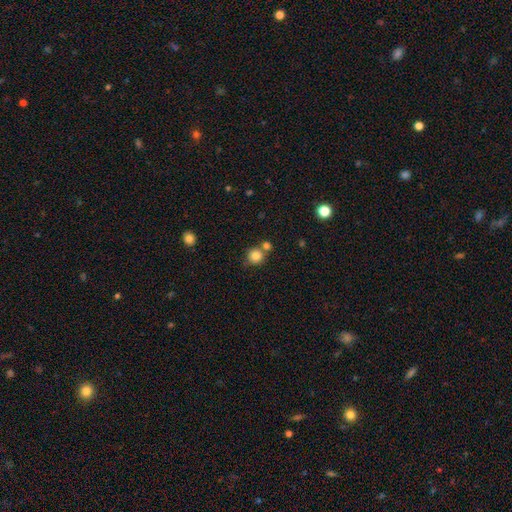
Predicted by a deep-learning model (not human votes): Smooth or featured? smooth (82%)
How rounded? round (91%)
Merging? none (63%)